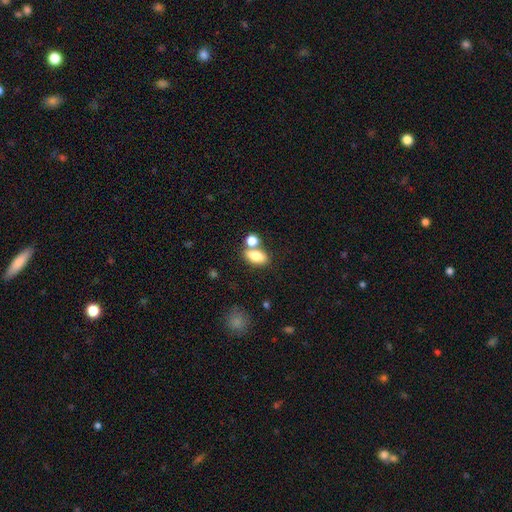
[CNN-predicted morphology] The model was most divided on "merging": none: 52%, merger: 32%, minor disturbance: 11%, major disturbance: 5%. More confident: how rounded — in between (83%); smooth or featured — smooth (80%).